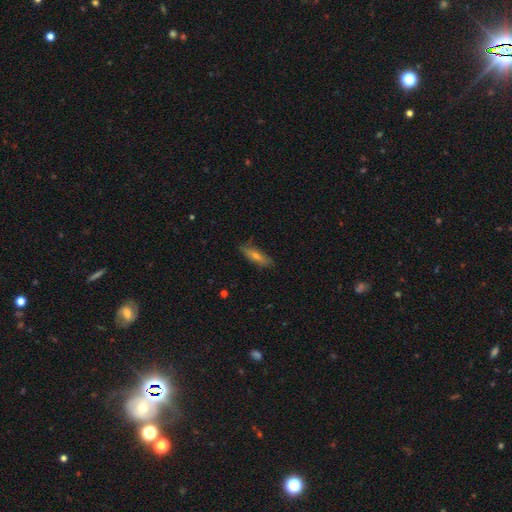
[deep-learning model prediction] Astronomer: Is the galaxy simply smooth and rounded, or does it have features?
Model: smooth — 50% (runner-up: featured or disk, 41%).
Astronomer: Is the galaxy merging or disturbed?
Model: none — 80%.